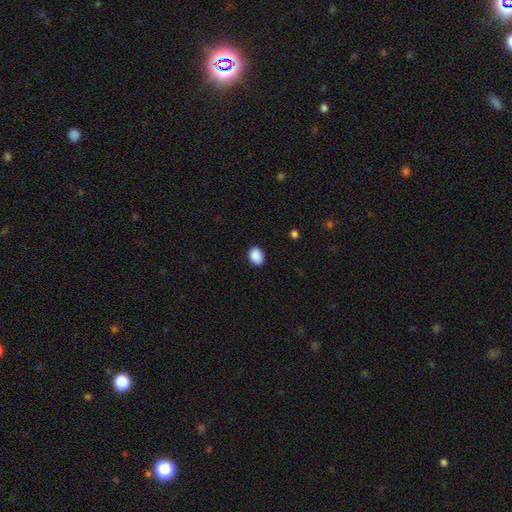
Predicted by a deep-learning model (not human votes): The model was most divided on "how rounded": in between: 68%, round: 31%, cigar-shaped: 1%. More confident: smooth or featured — smooth (90%); merging — none (88%).